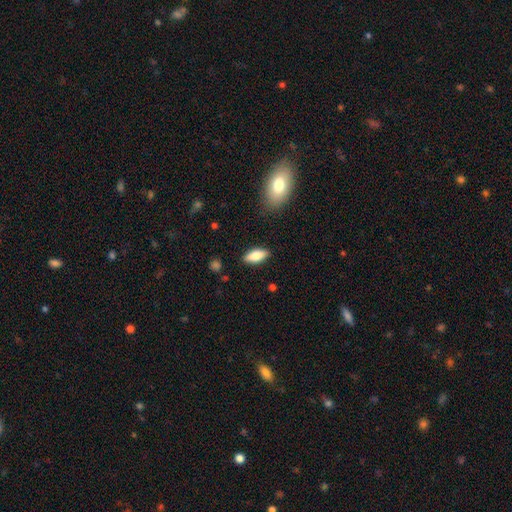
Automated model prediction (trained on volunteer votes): This appears to be a smooth galaxy with no disk features (76%) that is in between round and cigar-shaped (80%). Merging: none (87%).